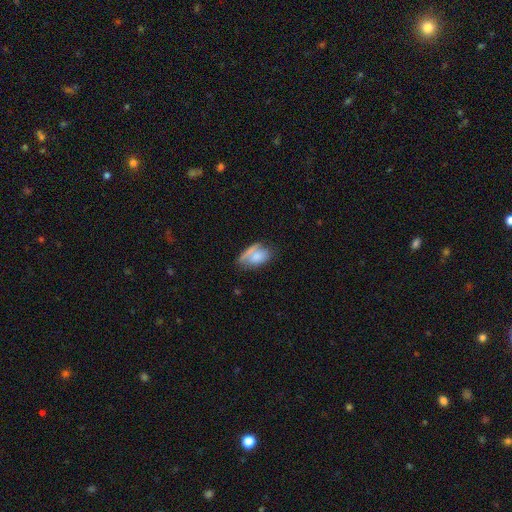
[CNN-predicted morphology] Q: Smooth or featured?
A: smooth (69%); runner-up: featured or disk (23%)
Q: How rounded?
A: in between (88%); runner-up: round (8%)
Q: Merging?
A: none (45%); runner-up: minor disturbance (29%)